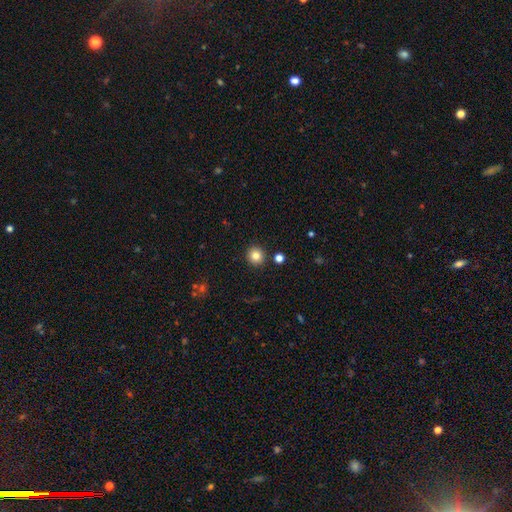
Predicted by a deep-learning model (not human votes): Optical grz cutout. It shows a smooth galaxy with no disk features (82%) that is round (93%). Merging: none (90%).